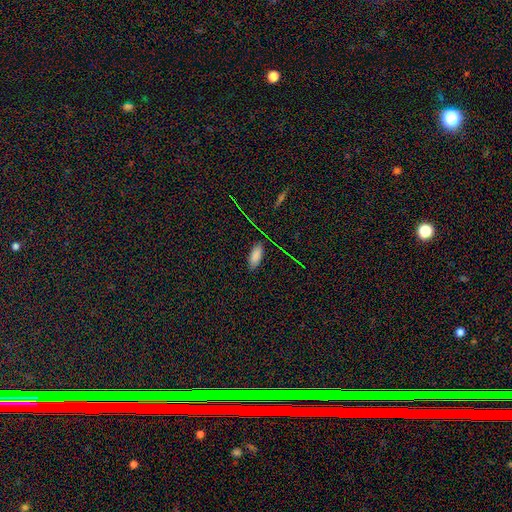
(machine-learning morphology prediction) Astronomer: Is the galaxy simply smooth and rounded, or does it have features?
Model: smooth — 80%.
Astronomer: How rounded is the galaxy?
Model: in between — 84%.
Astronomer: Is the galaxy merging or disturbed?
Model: none — 84%.